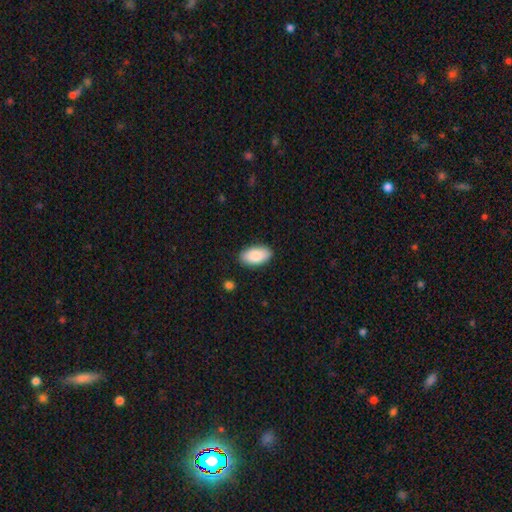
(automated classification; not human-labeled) A smooth galaxy with no disk features (87%) that is in between round and cigar-shaped (95%). Merging: none (87%).